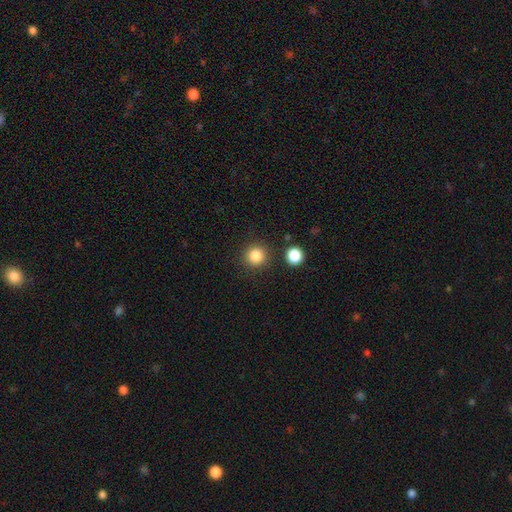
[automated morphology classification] Smooth or featured? smooth (85%)
How rounded? round (93%)
Merging? none (88%)